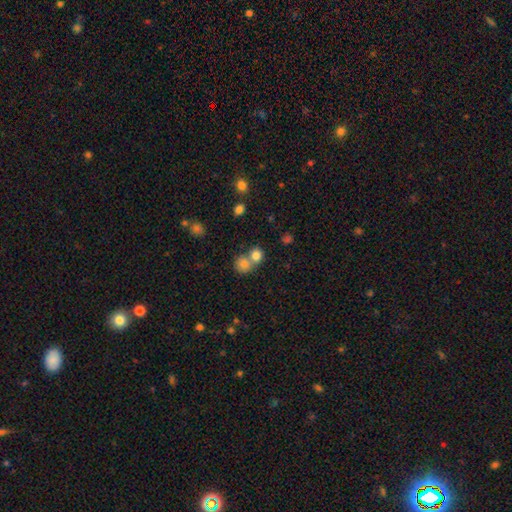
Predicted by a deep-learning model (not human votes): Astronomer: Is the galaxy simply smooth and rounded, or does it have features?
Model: smooth — 80%.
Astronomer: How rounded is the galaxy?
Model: round — 82%.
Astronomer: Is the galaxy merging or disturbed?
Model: merger — 50% (runner-up: none, 42%).